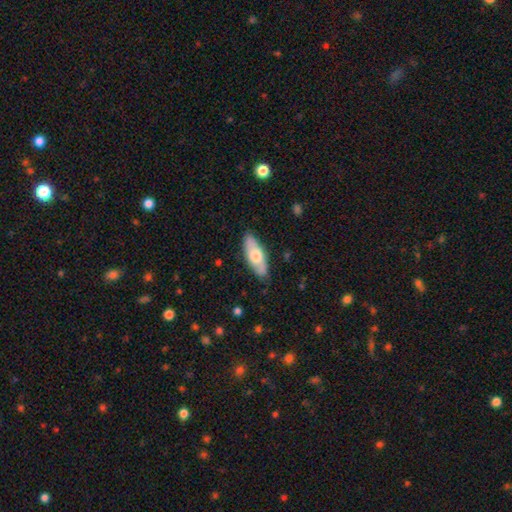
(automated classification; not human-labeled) A smooth galaxy with no disk features (60%) that is in between round and cigar-shaped (74%). Merging: none (85%).